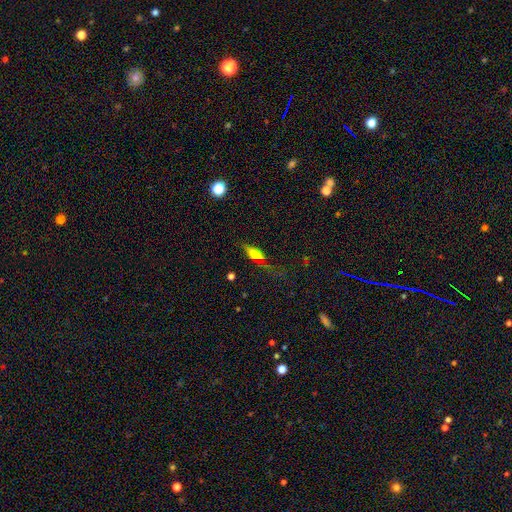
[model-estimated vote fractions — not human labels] smooth 57%, featured or disk 30%, star or artifact 13%. Down the decision tree: how rounded — in between (54%); merging — none (48%).